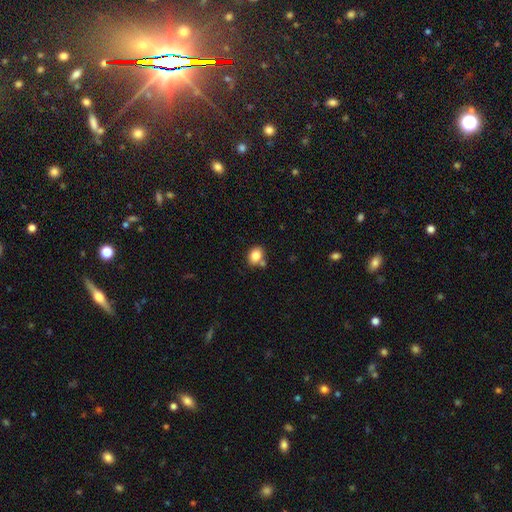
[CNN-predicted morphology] Overall: smooth (82%). How rounded: in between (56%; round 43%). Merging: none (66%).